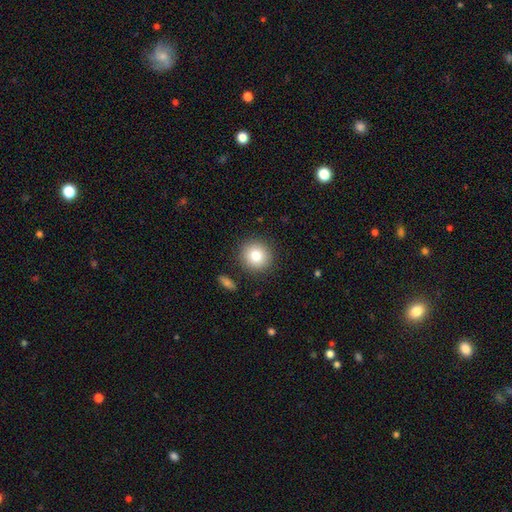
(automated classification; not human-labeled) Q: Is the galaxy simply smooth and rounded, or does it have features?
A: smooth — 81%.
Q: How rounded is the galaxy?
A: round — 91%.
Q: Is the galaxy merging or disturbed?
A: none — 89%.